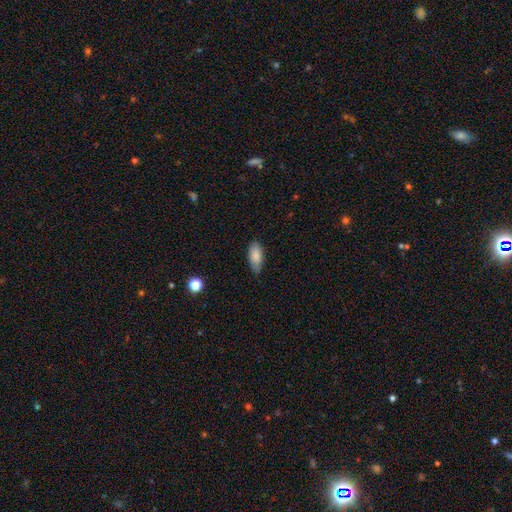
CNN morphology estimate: Q: Smooth or featured?
A: smooth (85%); runner-up: featured or disk (8%)
Q: How rounded?
A: in between (87%); runner-up: cigar-shaped (11%)
Q: Merging?
A: none (75%); runner-up: minor disturbance (21%)